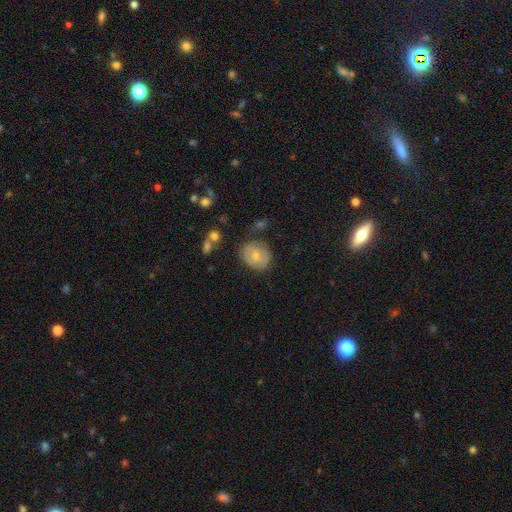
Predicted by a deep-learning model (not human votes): Smooth or featured?
  - smooth: 61% *
  - featured or disk: 32%
  - star or artifact: 8%
How rounded?
  - round: 61% *
  - in between: 38%
  - cigar-shaped: 1%
Merging?
  - none: 63% *
  - minor disturbance: 24%
  - major disturbance: 8%
  - merger: 5%